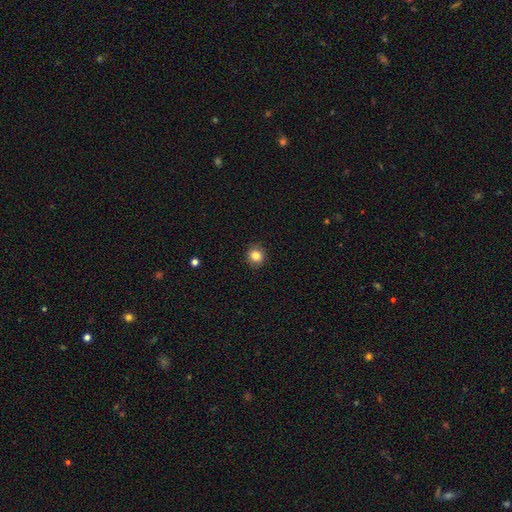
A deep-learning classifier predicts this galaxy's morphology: The model was most divided on "smooth or featured": smooth: 84%, star or artifact: 10%, featured or disk: 6%. More confident: merging — none (90%); how rounded — round (88%).